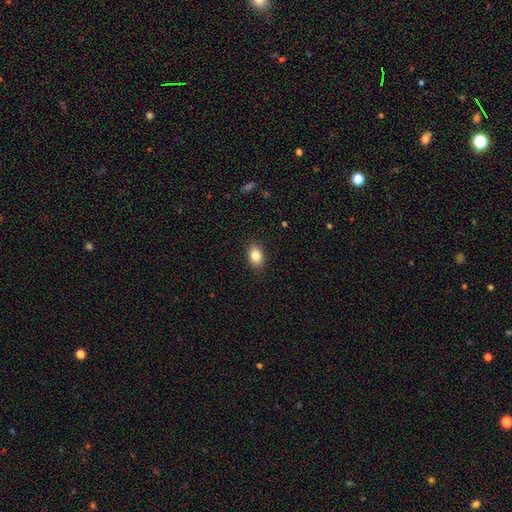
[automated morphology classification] smooth-or-featured: smooth: 85% | star or artifact: 8% | featured or disk: 6%
  how-rounded: in between: 80% | round: 19% | cigar-shaped: 1%
  merging: none: 89% | minor disturbance: 8% | major disturbance: 2% | merger: 1%